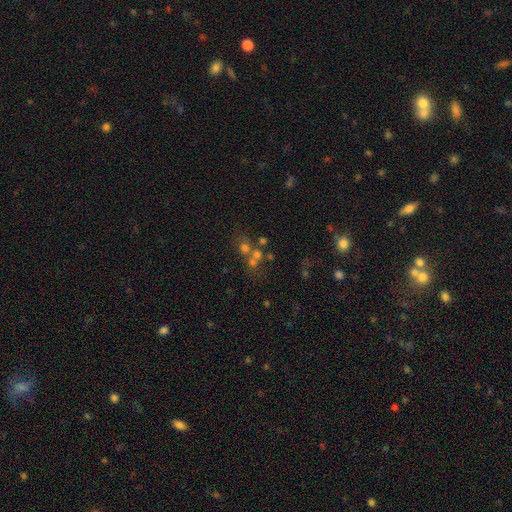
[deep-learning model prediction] Smooth or featured? Predicted: smooth (p=0.44). Merging? Predicted: merger (p=0.44).